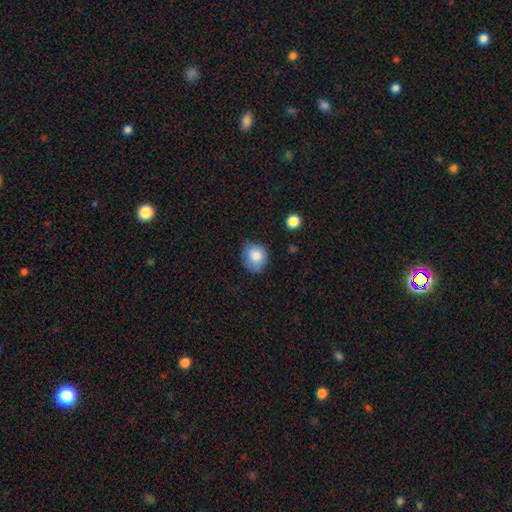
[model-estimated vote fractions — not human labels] Overall: smooth (84%). How rounded: round (77%). Merging: none (74%).